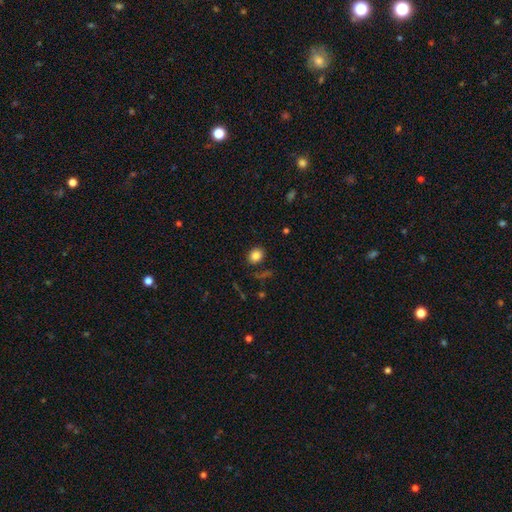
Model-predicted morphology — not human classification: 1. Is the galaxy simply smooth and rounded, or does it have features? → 84% smooth, 10% star or artifact, 6% featured or disk.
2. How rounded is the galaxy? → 58% round, 41% in between, 1% cigar-shaped.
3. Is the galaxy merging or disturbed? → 85% none, 10% minor disturbance, 3% major disturbance, 3% merger.